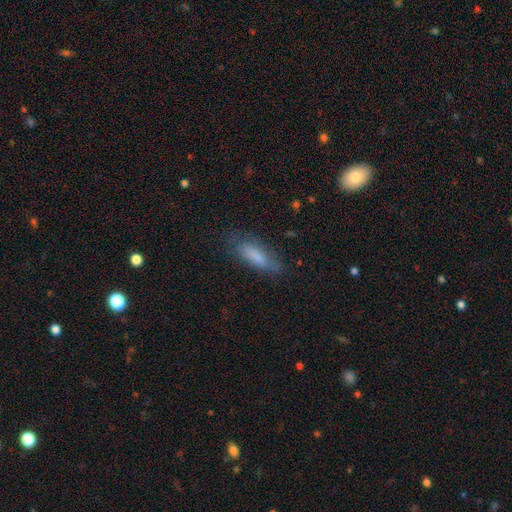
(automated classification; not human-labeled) Smooth or featured: smooth — 77% (featured or disk — 16%)
How rounded: in between — 52% (cigar-shaped — 46%)
Merging: none — 71% (minor disturbance — 21%)